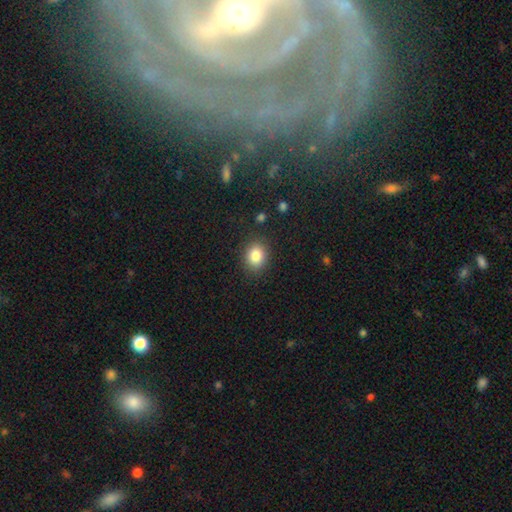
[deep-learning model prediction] This is clearly a smooth galaxy (84%). How rounded: likely round (60%). Merging: clearly none (87%).